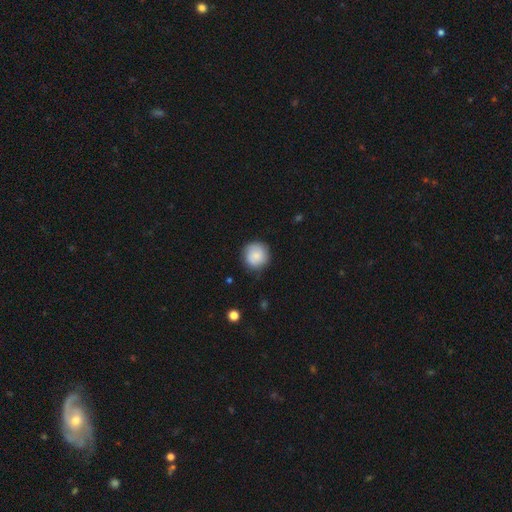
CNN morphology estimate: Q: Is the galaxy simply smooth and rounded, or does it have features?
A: smooth — 81%.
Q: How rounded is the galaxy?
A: round — 93%.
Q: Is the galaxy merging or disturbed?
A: none — 84%.